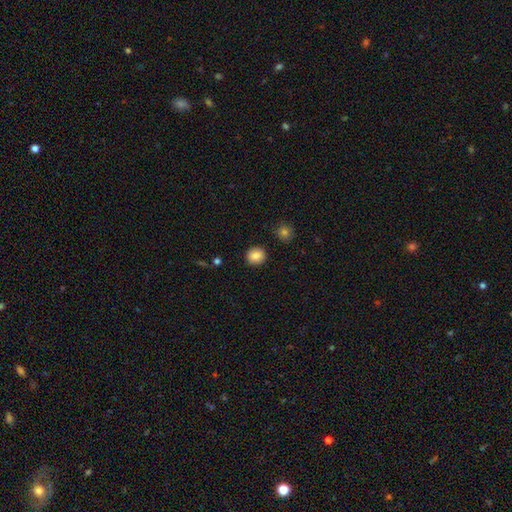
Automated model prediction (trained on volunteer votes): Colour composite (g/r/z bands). It shows a smooth galaxy with no disk features (86%) that is round (84%). Merging: none (92%).